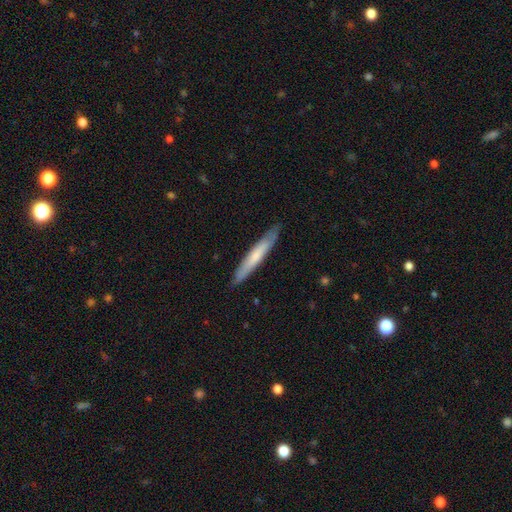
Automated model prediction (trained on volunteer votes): Smooth or featured: smooth — 60% (featured or disk — 35%)
How rounded: cigar-shaped — 94% (in between — 5%)
Merging: none — 87% (minor disturbance — 11%)